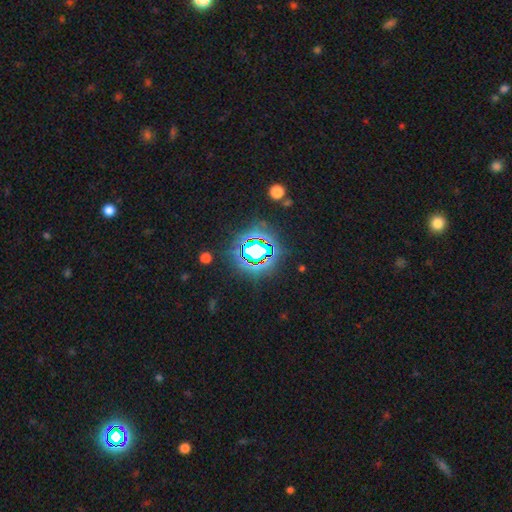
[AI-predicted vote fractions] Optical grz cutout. It shows a star or artifact, not a galaxy (72%).